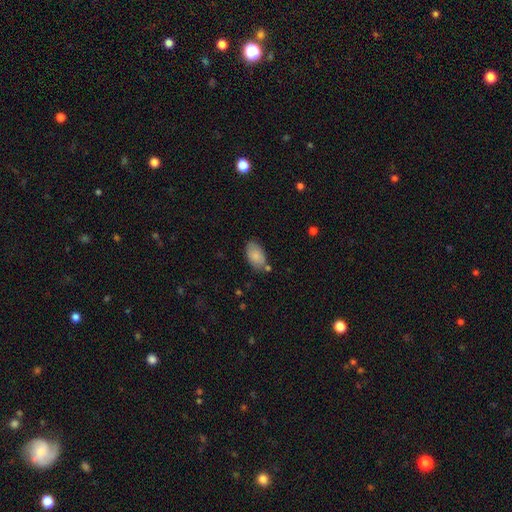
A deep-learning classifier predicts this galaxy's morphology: Smooth or featured?
  - smooth: 84% *
  - featured or disk: 9%
  - star or artifact: 7%
How rounded?
  - in between: 93% *
  - round: 6%
  - cigar-shaped: 1%
Merging?
  - none: 71% *
  - minor disturbance: 18%
  - merger: 7%
  - major disturbance: 4%